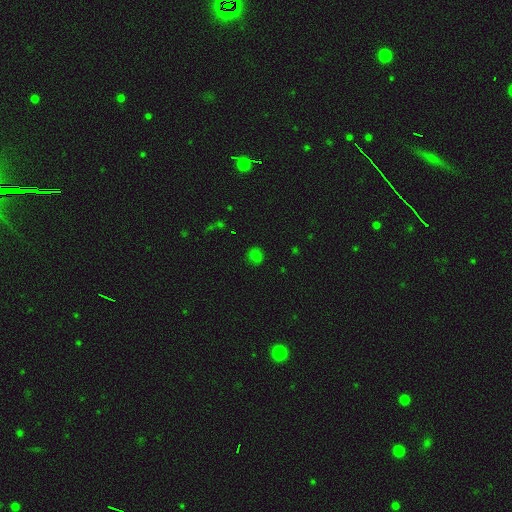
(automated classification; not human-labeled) smooth_or_featured: smooth (p=0.75) [alt: star or artifact p=0.21]
how_rounded: round (p=0.85) [alt: in between p=0.13]
merging: none (p=0.85) [alt: minor disturbance p=0.10]